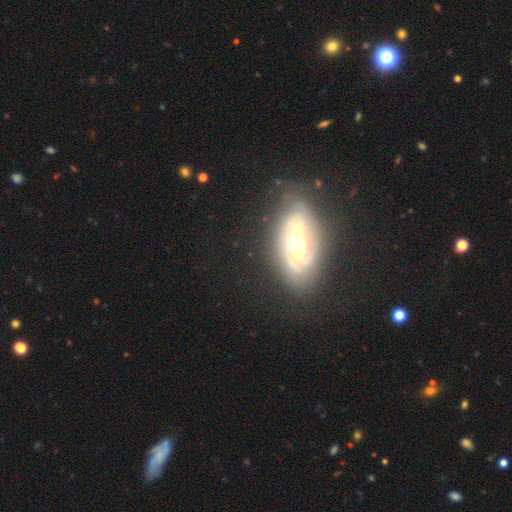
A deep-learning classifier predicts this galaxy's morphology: smooth-or-featured: featured or disk: 74% | smooth: 18% | star or artifact: 8%
  disk-edge-on: no: 70% | yes: 30%
    bar: strong: 42% | weak: 30% | no: 29%
    has-spiral-arms: yes: 57% | no: 43%
    bulge-size: moderate: 61% | small: 22% | large: 13% | dominant: 2% | none: 2%
  merging: none: 74% | minor disturbance: 16% | major disturbance: 8% | merger: 2%